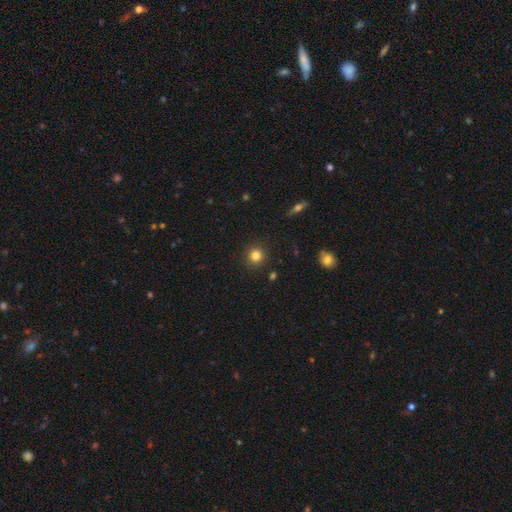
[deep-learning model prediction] Morphology: type=smooth (81%); roundness=round (93%); merging=none (91%).